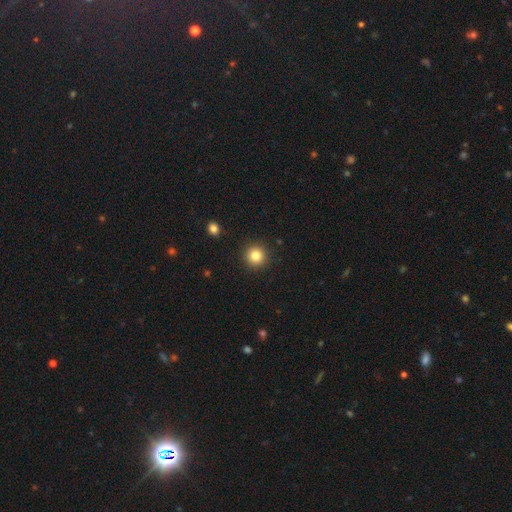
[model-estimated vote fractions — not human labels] A smooth galaxy with no disk features (83%) that is round (95%).

Vote fractions:
- Smooth or featured? smooth: 83% / star or artifact: 11% / featured or disk: 6%
- How rounded? round: 95% / in between: 4% / cigar-shaped: 1%
- Merging? none: 92% / minor disturbance: 5% / major disturbance: 2% / merger: 1%